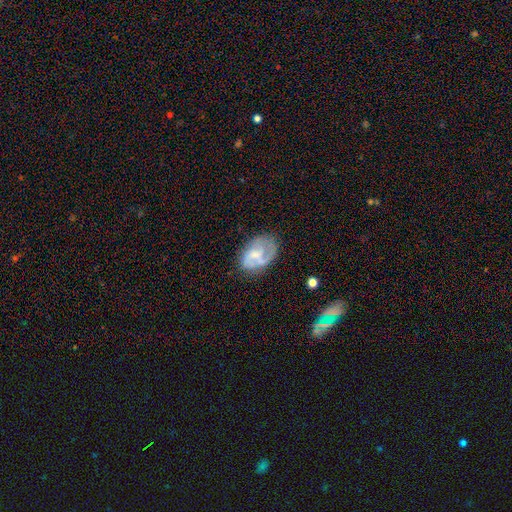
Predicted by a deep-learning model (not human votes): This appears to be a featured or disk galaxy (57%) with no bar (54%), spiral arms (72%) and a small central bulge (41%). Merging: none (54%).